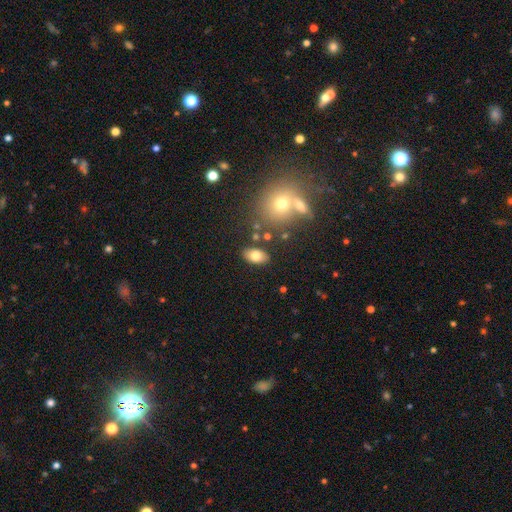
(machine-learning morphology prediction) Q: Smooth or featured?
A: smooth (77%); runner-up: featured or disk (14%)
Q: How rounded?
A: in between (90%); runner-up: round (8%)
Q: Merging?
A: none (82%); runner-up: minor disturbance (10%)